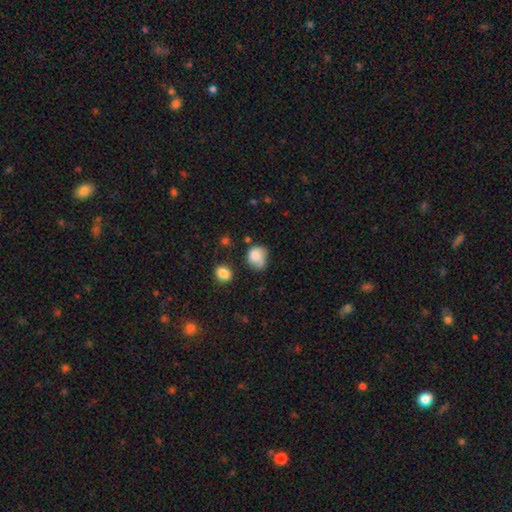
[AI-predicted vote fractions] smooth 79%, featured or disk 12%, star or artifact 9%. Down the decision tree: how rounded — round (63%); merging — none (41%).